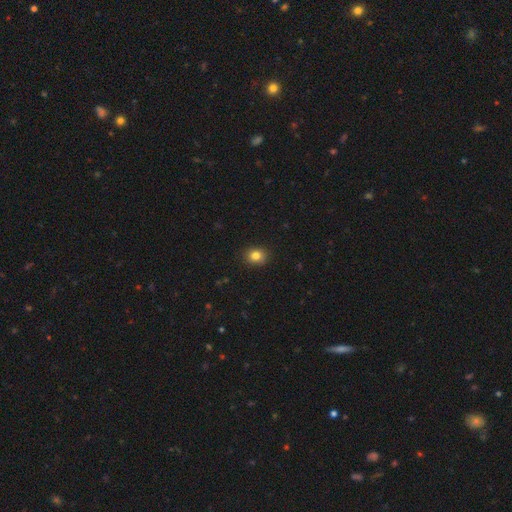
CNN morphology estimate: Smooth or featured?
  - smooth: 83% *
  - star or artifact: 11%
  - featured or disk: 6%
How rounded?
  - round: 63% *
  - in between: 36%
  - cigar-shaped: 1%
Merging?
  - none: 90% *
  - minor disturbance: 8%
  - major disturbance: 2%
  - merger: 1%